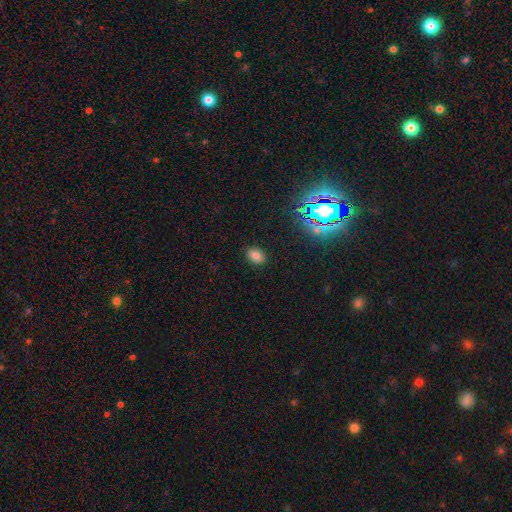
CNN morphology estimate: Overall: smooth (77%). How rounded: in between (69%; round 30%). Merging: none (89%).